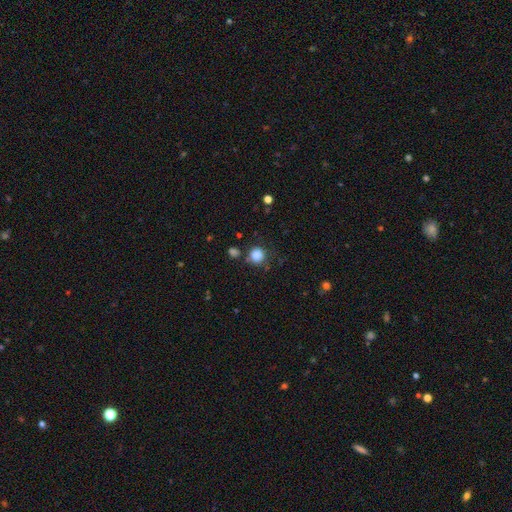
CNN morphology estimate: type=smooth (85%); roundness=round (91%); merging=none (73%).